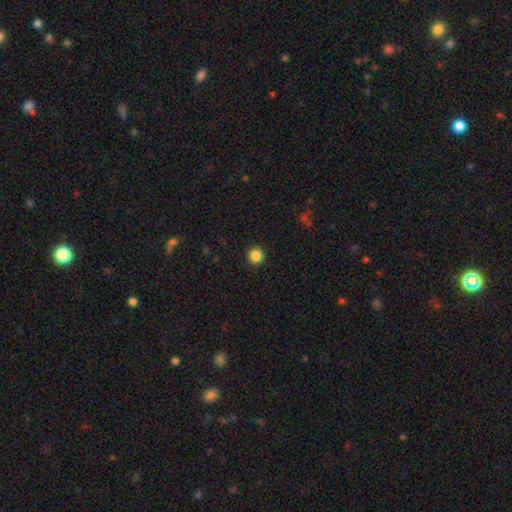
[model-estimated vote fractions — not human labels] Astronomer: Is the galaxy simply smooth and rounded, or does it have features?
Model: smooth — 86%.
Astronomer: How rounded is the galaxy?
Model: round — 96%.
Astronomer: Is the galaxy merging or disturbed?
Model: none — 93%.